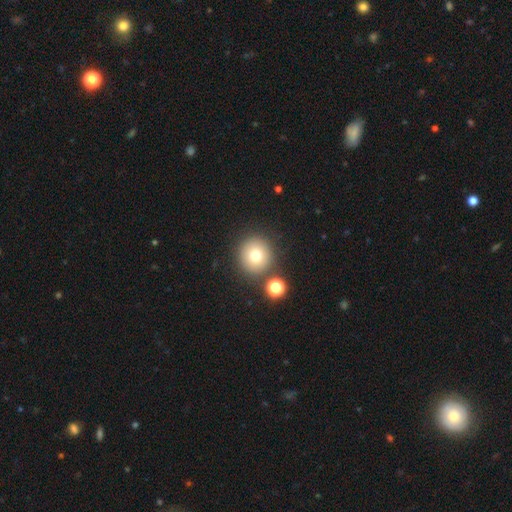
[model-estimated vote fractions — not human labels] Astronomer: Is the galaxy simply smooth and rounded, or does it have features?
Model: smooth — 74%.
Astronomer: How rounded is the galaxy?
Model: round — 94%.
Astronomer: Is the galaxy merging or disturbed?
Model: none — 83%.